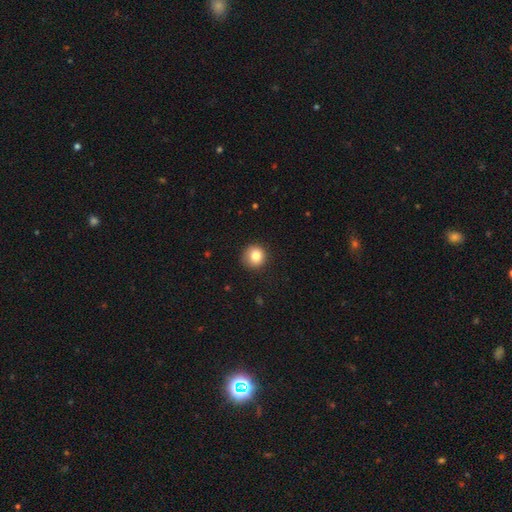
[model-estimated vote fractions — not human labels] smooth-or-featured: smooth: 82% | star or artifact: 10% | featured or disk: 8%
  how-rounded: round: 93% | in between: 6% | cigar-shaped: 1%
  merging: none: 89% | minor disturbance: 8% | major disturbance: 2% | merger: 1%